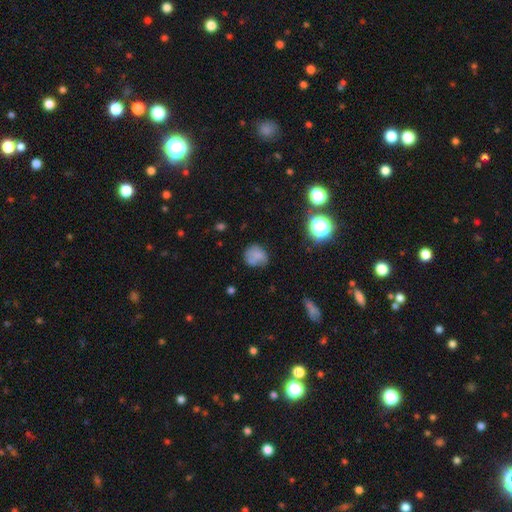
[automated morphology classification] This is likely a smooth galaxy (68%). How rounded: likely round (74%). Merging: possibly none (57%).